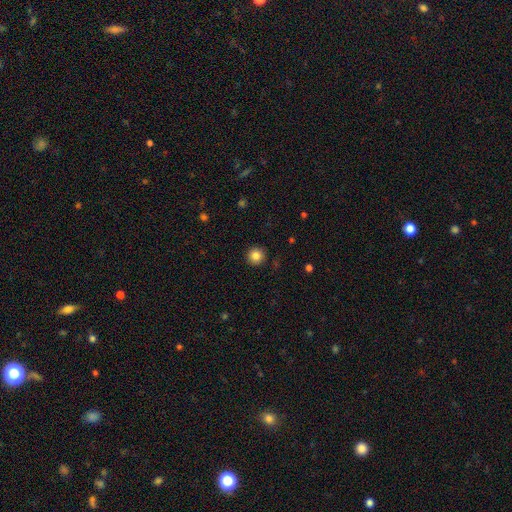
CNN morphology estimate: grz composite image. It shows a smooth galaxy with no disk features (85%) that is round (96%). Merging: none (93%).